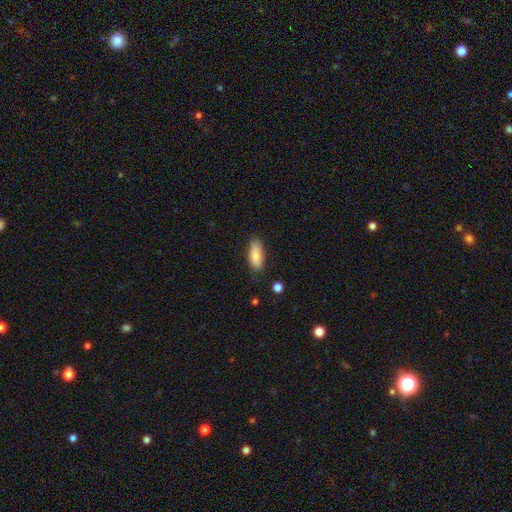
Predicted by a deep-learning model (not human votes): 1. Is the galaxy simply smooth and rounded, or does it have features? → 83% smooth, 10% featured or disk, 6% star or artifact.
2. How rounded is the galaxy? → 76% in between, 22% cigar-shaped, 2% round.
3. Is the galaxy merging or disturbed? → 81% none, 15% minor disturbance, 3% major disturbance, 2% merger.